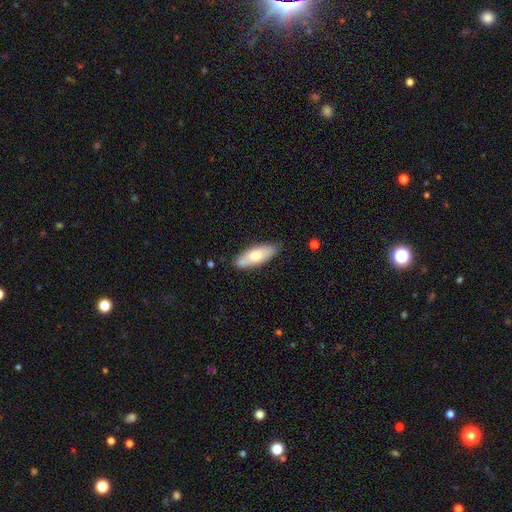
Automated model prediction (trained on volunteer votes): A smooth galaxy with no disk features (66%) that is in between round and cigar-shaped (68%).

Vote fractions:
- Smooth or featured? smooth: 66% / featured or disk: 28% / star or artifact: 5%
- How rounded? in between: 68% / cigar-shaped: 30% / round: 2%
- Merging? none: 83% / minor disturbance: 13% / major disturbance: 2% / merger: 2%